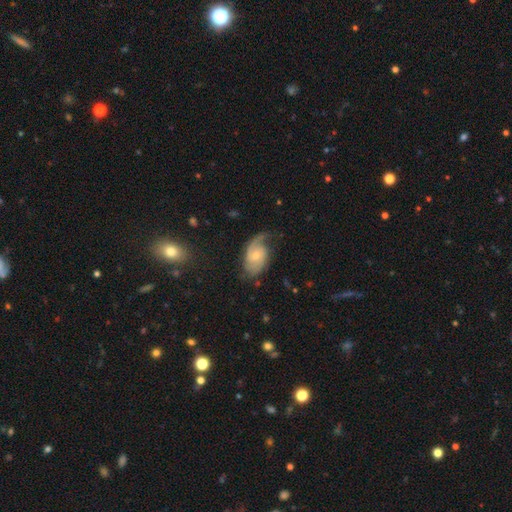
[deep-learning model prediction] This appears to be a featured or disk galaxy (78%) with no bar (59%), 2 (64%) medium (44%) spiral arms (94%) and a small central bulge (47%). Merging: none (58%).